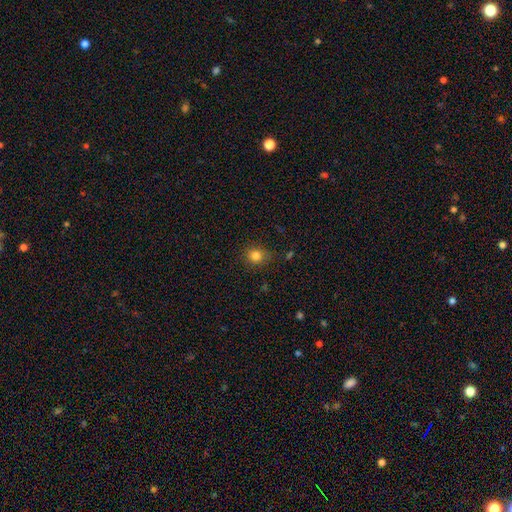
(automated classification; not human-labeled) Smooth or featured: smooth — 82% (star or artifact — 12%)
How rounded: round — 77% (in between — 22%)
Merging: none — 83% (minor disturbance — 12%)